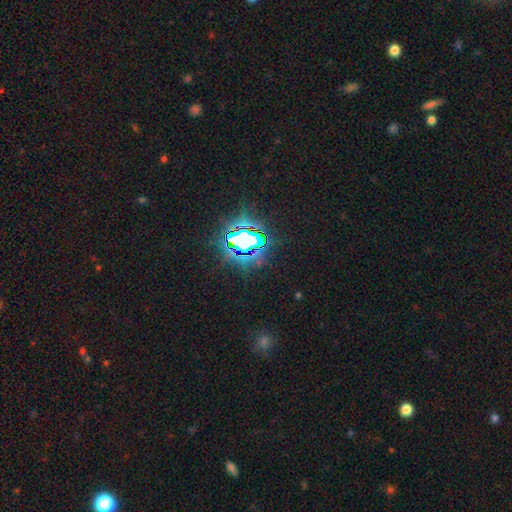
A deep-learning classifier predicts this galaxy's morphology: A star or artifact, not a galaxy (82%).

Vote fractions:
- Smooth or featured? star or artifact: 82% / smooth: 11% / featured or disk: 6%